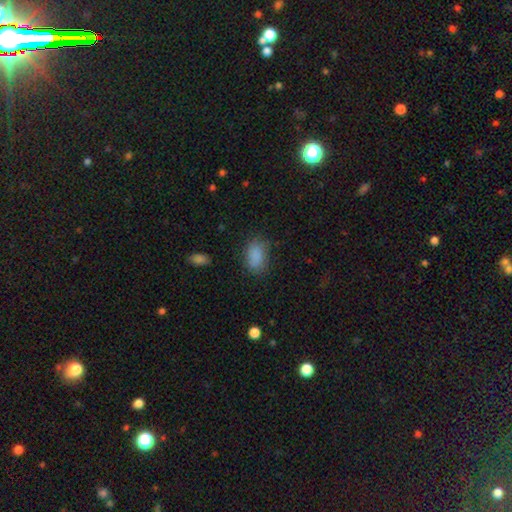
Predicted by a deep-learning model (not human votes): Smooth or featured?
  - smooth: 86% *
  - star or artifact: 9%
  - featured or disk: 5%
How rounded?
  - in between: 88% *
  - round: 11%
  - cigar-shaped: 2%
Merging?
  - none: 76% *
  - minor disturbance: 17%
  - major disturbance: 6%
  - merger: 1%